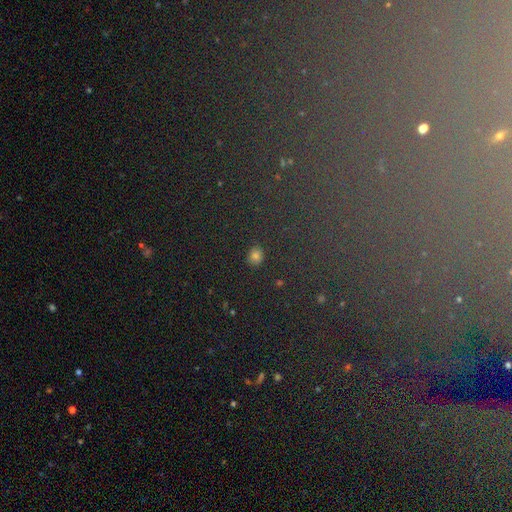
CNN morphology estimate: A star or artifact, not a galaxy (59%).

Vote fractions:
- Smooth or featured? star or artifact: 59% / smooth: 31% / featured or disk: 10%